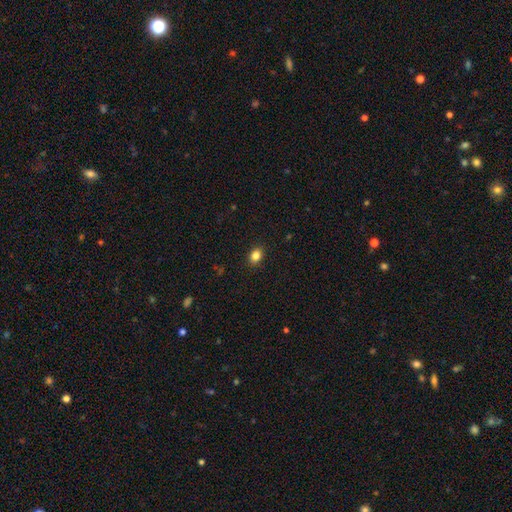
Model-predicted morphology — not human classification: Overall: smooth (84%). How rounded: in between (58%; round 41%). Merging: none (90%).